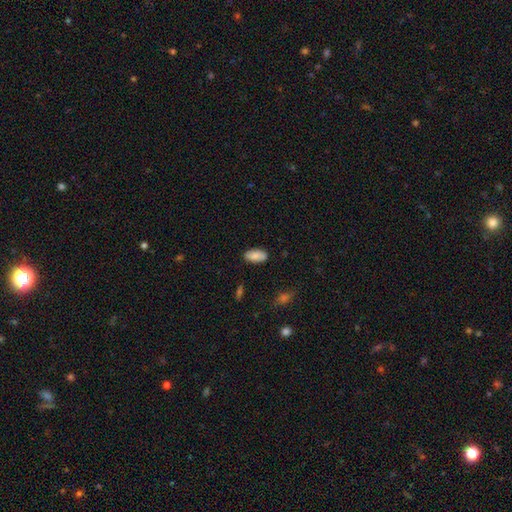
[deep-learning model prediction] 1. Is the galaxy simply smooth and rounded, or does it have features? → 83% smooth, 10% featured or disk, 7% star or artifact.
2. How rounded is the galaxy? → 94% in between, 4% cigar-shaped, 3% round.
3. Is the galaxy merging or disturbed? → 85% none, 12% minor disturbance, 2% major disturbance, 2% merger.